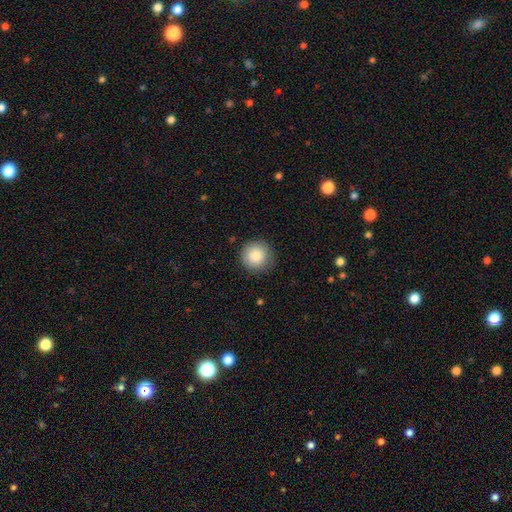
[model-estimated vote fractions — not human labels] Q: Smooth or featured?
A: smooth (85%); runner-up: star or artifact (8%)
Q: How rounded?
A: round (95%); runner-up: in between (4%)
Q: Merging?
A: none (87%); runner-up: minor disturbance (9%)